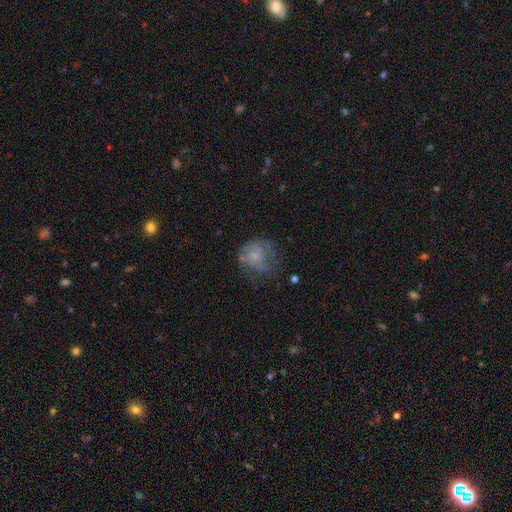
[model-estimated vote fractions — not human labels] Smooth or featured: featured or disk — 55% (smooth — 35%)
Edge-on disk: no — 98% (yes — 2%)
Bar: no — 76% (weak — 21%)
Spiral arms: yes — 65% (no — 35%)
Bulge size: small — 55% (none — 22%)
Merging: none — 47% (major disturbance — 26%)